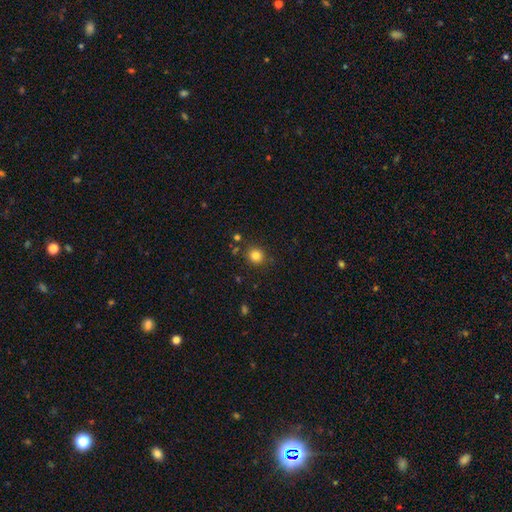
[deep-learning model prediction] Smooth or featured: smooth — 82% (star or artifact — 13%)
How rounded: round — 88% (in between — 11%)
Merging: none — 86% (minor disturbance — 8%)